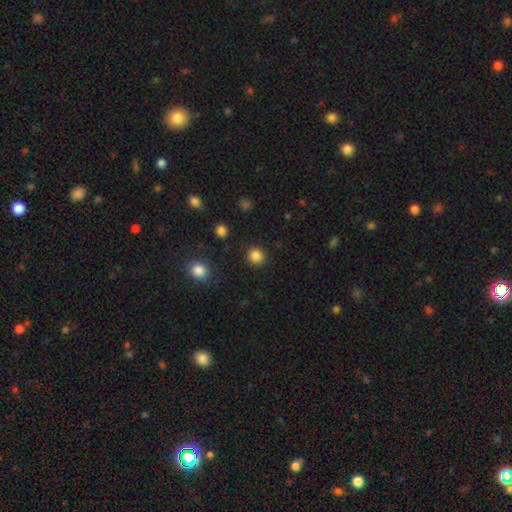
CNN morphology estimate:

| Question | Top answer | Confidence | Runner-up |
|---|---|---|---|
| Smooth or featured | smooth | 85% | star or artifact (11%) |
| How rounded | round | 89% | in between (10%) |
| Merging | none | 90% | minor disturbance (6%) |